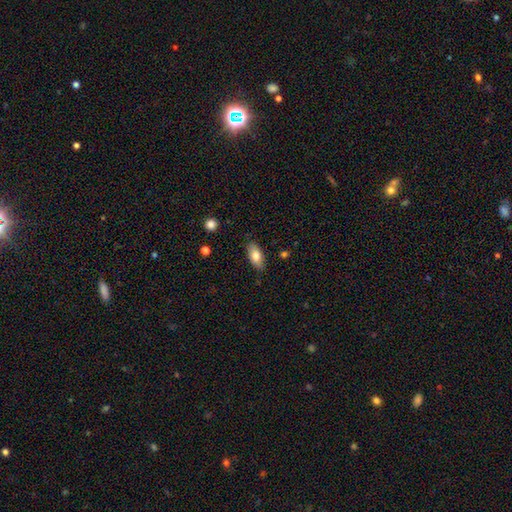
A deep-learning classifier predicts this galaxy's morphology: This is likely a smooth galaxy (79%). How rounded: clearly in between (88%). Merging: clearly none (85%).